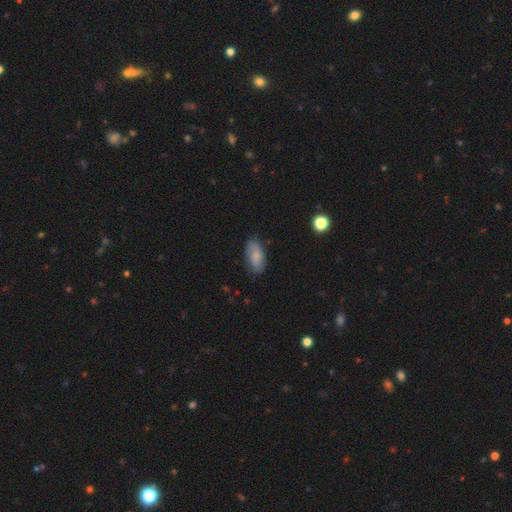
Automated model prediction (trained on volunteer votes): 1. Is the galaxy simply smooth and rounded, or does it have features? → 69% smooth, 23% featured or disk, 7% star or artifact.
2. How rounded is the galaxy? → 91% in between, 6% cigar-shaped, 3% round.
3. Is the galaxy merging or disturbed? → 75% none, 19% minor disturbance, 4% major disturbance, 1% merger.